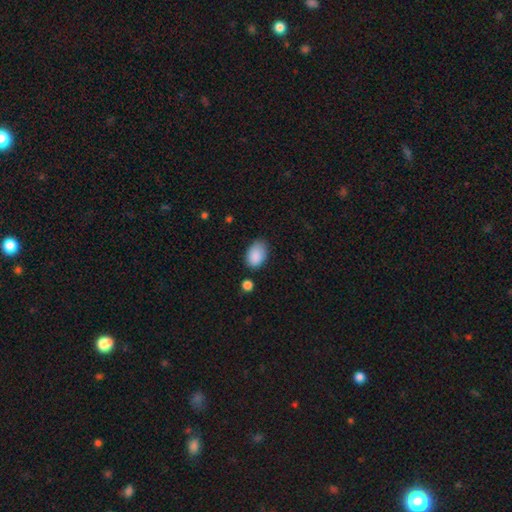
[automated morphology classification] A smooth galaxy with no disk features (88%) that is in between round and cigar-shaped (87%). Merging: none (67%).